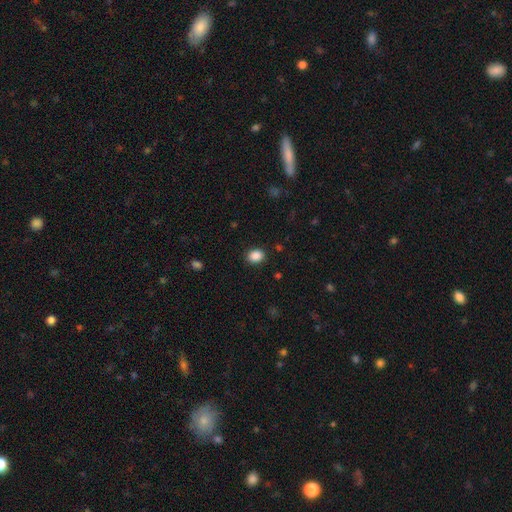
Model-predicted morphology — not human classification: The model was most divided on "how rounded": in between: 57%, round: 42%, cigar-shaped: 1%. More confident: smooth or featured — smooth (88%); merging — none (88%).